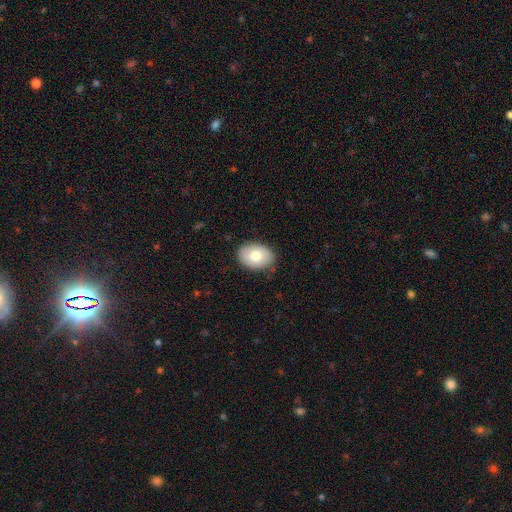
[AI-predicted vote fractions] smooth-or-featured: smooth: 74% | featured or disk: 19% | star or artifact: 7%
  how-rounded: in between: 74% | round: 25% | cigar-shaped: 1%
  merging: none: 84% | minor disturbance: 12% | major disturbance: 3% | merger: 1%